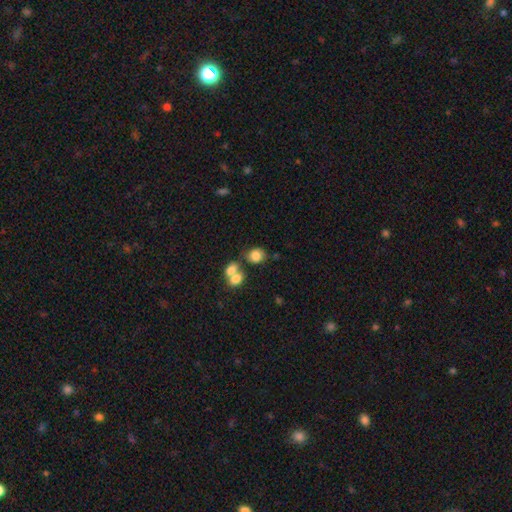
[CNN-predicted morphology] This appears to be a smooth galaxy with no disk features (81%) that is round (59%). Merging: none (53%).